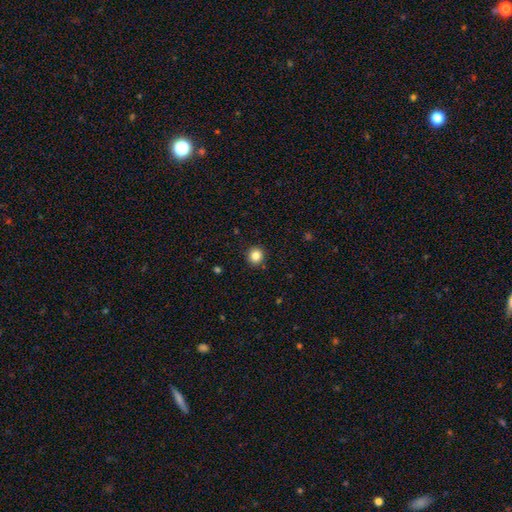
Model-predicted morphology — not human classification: smooth 83%, star or artifact 11%, featured or disk 6%. Down the decision tree: how rounded — round (93%); merging — none (92%).